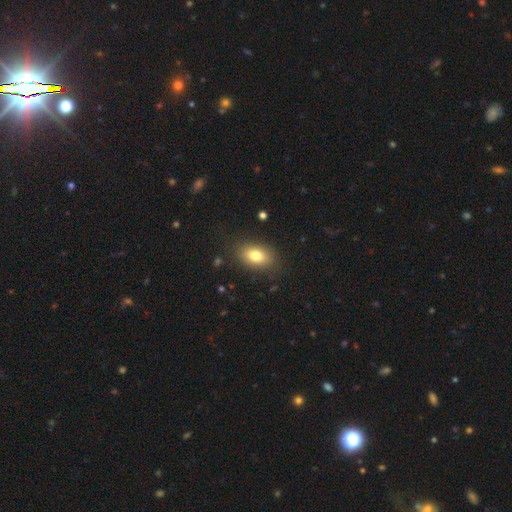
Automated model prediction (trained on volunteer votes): Smooth or featured?
  - smooth: 79% *
  - featured or disk: 12%
  - star or artifact: 9%
How rounded?
  - in between: 86% *
  - round: 12%
  - cigar-shaped: 2%
Merging?
  - none: 85% *
  - minor disturbance: 10%
  - major disturbance: 3%
  - merger: 1%